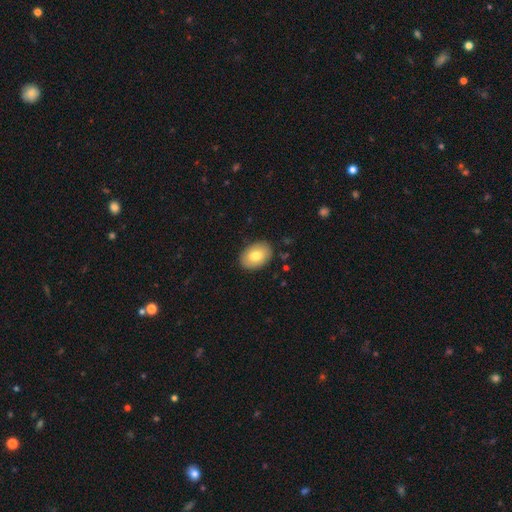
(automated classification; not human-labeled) smooth 77%, featured or disk 16%, star or artifact 7%. Down the decision tree: how rounded — in between (84%); merging — none (88%).